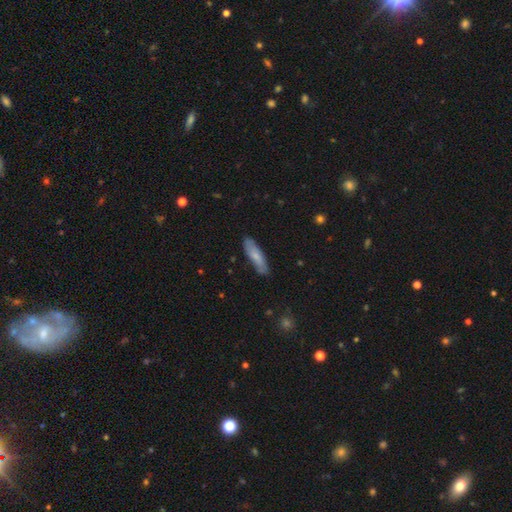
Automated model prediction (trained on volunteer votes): Smooth or featured?
  - smooth: 67% *
  - featured or disk: 27%
  - star or artifact: 6%
How rounded?
  - cigar-shaped: 64% *
  - in between: 34%
  - round: 2%
Merging?
  - none: 82% *
  - minor disturbance: 14%
  - major disturbance: 2%
  - merger: 1%